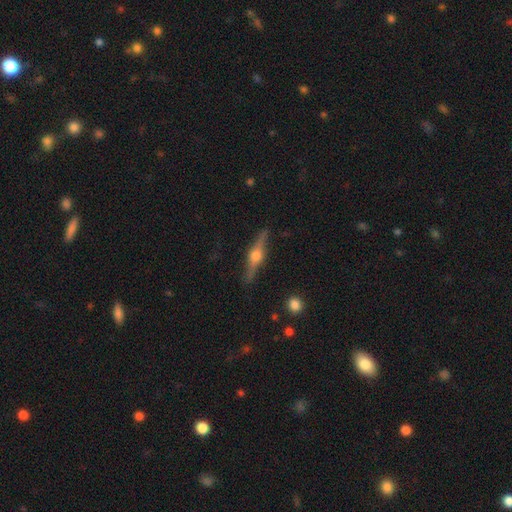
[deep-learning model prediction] Smooth or featured?
  - featured or disk: 81% *
  - smooth: 13%
  - star or artifact: 6%
Edge-on disk?
  - yes: 97% *
  - no: 3%
Edge-on bulge?
  - rounded: 95% *
  - boxy: 4%
  - none: 2%
Merging?
  - none: 89% *
  - minor disturbance: 8%
  - major disturbance: 2%
  - merger: 1%